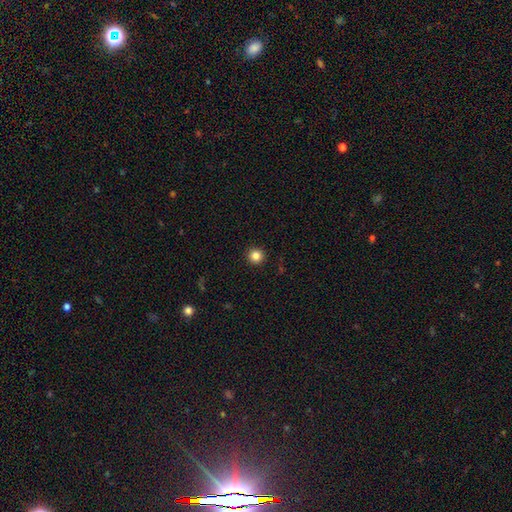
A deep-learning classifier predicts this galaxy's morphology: smooth-or-featured: smooth: 85% | star or artifact: 11% | featured or disk: 4%
  how-rounded: round: 96% | in between: 4% | cigar-shaped: 1%
  merging: none: 93% | minor disturbance: 4% | major disturbance: 2% | merger: 1%